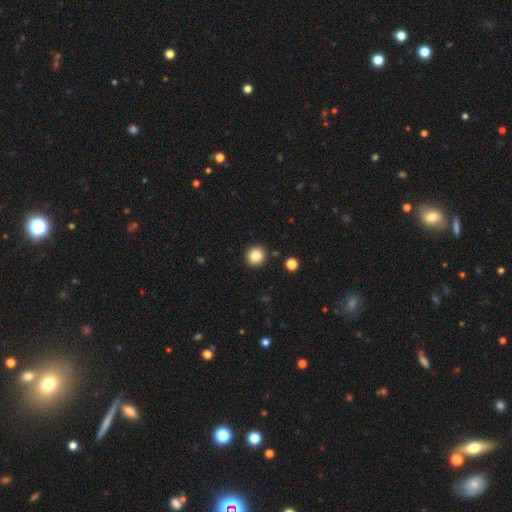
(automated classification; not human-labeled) smooth 84%, star or artifact 10%, featured or disk 6%. Down the decision tree: how rounded — round (94%); merging — none (91%).